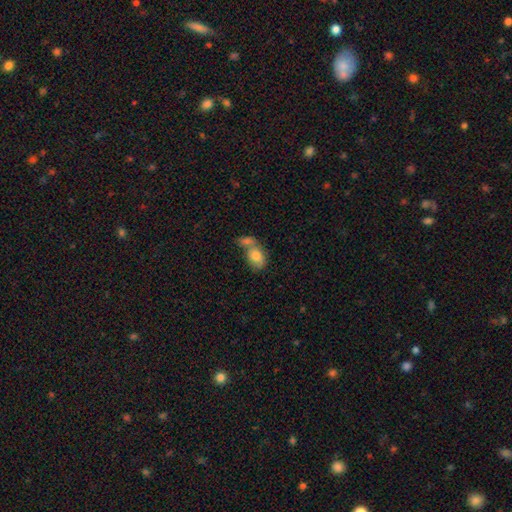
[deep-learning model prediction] smooth-or-featured: smooth: 78% | featured or disk: 15% | star or artifact: 7%
  how-rounded: in between: 76% | round: 23% | cigar-shaped: 2%
  merging: merger: 53% | none: 27% | minor disturbance: 12% | major disturbance: 7%